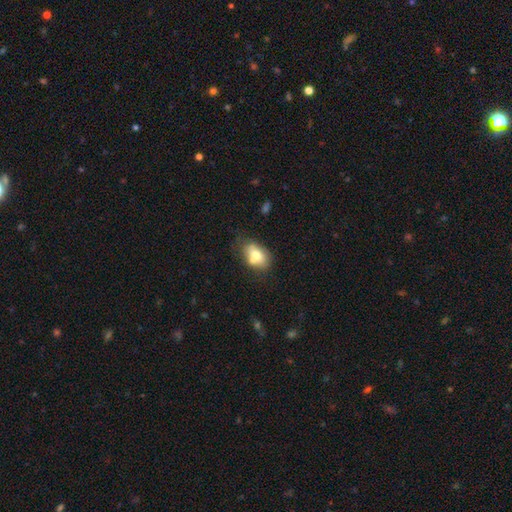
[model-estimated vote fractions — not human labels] The model was most divided on "merging": none: 54%, minor disturbance: 21%, merger: 19%, major disturbance: 6%. More confident: how rounded — in between (77%); smooth or featured — smooth (70%).